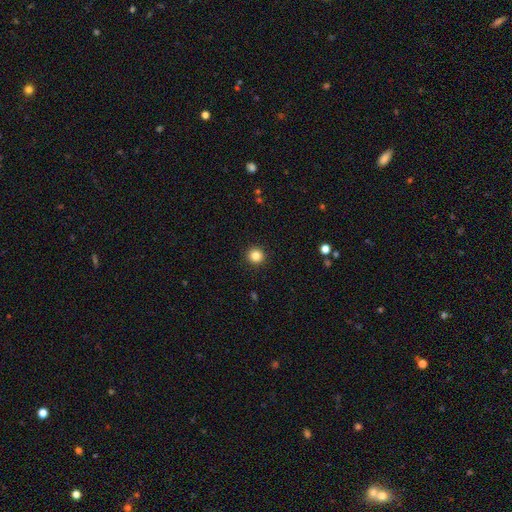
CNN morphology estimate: Smooth or featured? smooth (84%)
How rounded? round (95%)
Merging? none (93%)